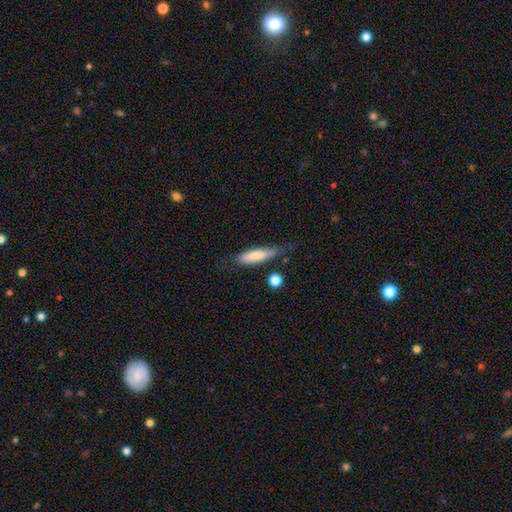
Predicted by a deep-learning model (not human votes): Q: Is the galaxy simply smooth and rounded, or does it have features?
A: smooth — 73%.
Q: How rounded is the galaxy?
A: cigar-shaped — 70%.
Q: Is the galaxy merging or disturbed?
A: none — 67%.